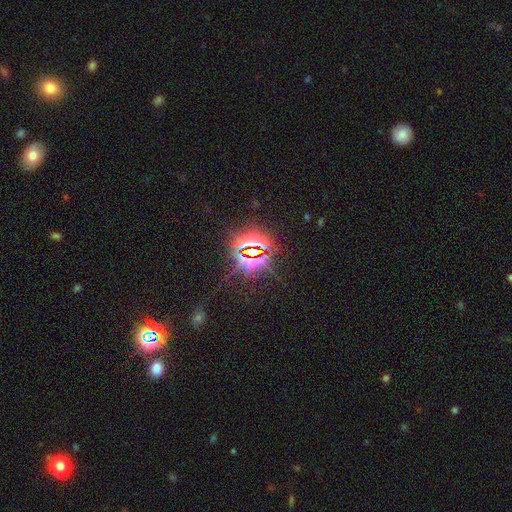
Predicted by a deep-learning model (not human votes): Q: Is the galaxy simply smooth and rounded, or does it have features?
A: star or artifact — 83%.